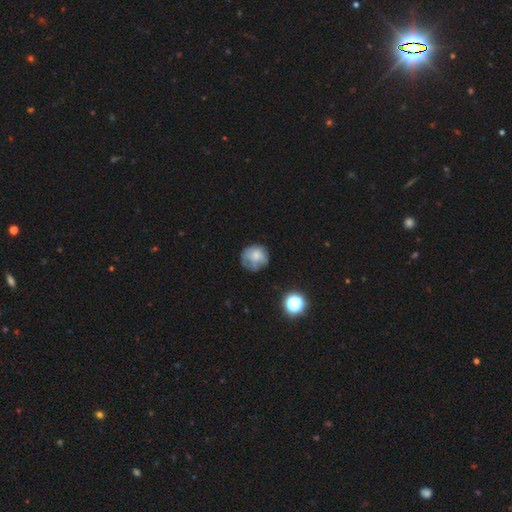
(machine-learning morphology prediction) Smooth or featured: smooth — 61% (featured or disk — 28%)
How rounded: round — 80% (in between — 19%)
Merging: none — 54% (minor disturbance — 28%)